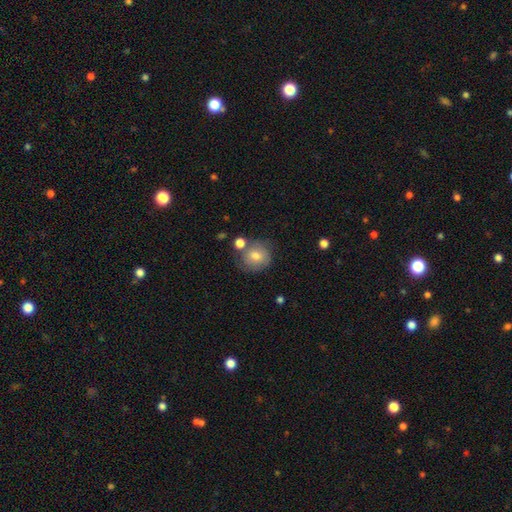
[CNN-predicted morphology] smooth 74%, featured or disk 17%, star or artifact 8%. Down the decision tree: how rounded — round (86%); merging — none (61%).